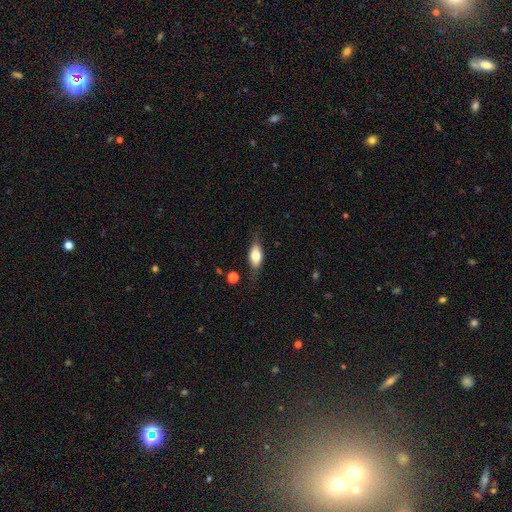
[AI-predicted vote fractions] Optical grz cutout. It shows a smooth galaxy with no disk features (67%) that is in between round and cigar-shaped (79%). Merging: none (72%).